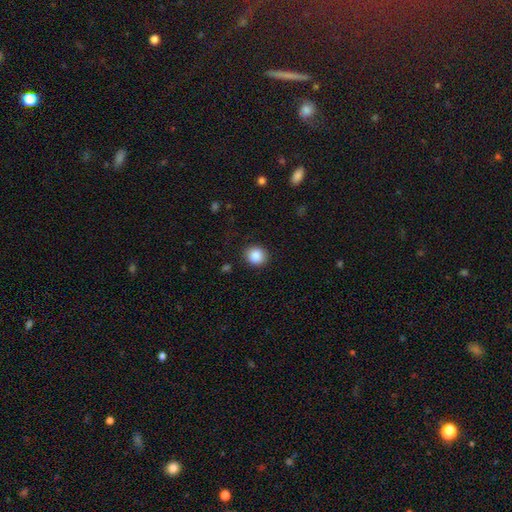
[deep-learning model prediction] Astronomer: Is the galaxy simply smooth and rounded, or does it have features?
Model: smooth — 87%.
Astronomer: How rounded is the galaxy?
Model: round — 82%.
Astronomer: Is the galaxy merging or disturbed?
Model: none — 89%.